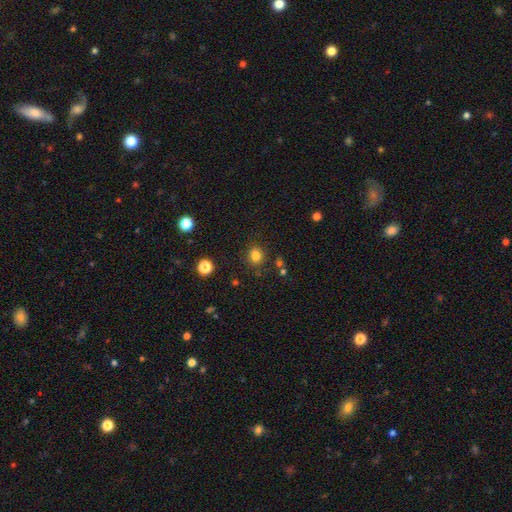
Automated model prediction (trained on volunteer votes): Smooth or featured?
  - smooth: 81% *
  - star or artifact: 14%
  - featured or disk: 5%
How rounded?
  - round: 65% *
  - in between: 34%
  - cigar-shaped: 1%
Merging?
  - none: 82% *
  - minor disturbance: 11%
  - merger: 4%
  - major disturbance: 4%